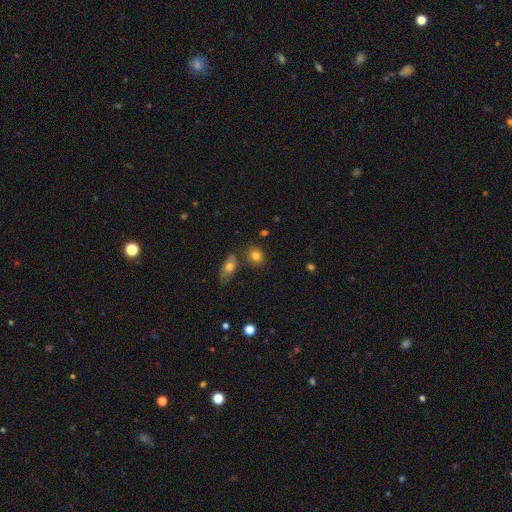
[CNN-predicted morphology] This appears to be a smooth galaxy with no disk features (81%) that is round (74%). Merging: none (76%).